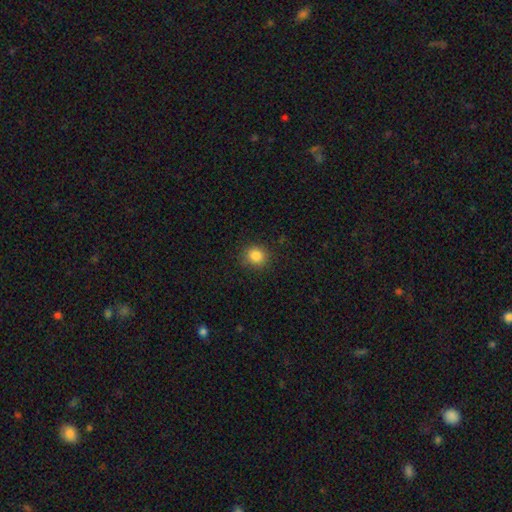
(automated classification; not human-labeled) Overall: smooth (85%). How rounded: round (86%). Merging: none (88%).